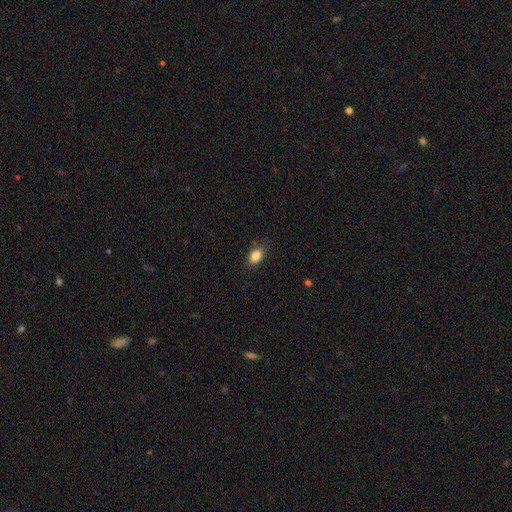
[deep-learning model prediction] Smooth or featured? Predicted: smooth (p=0.86). How rounded? Predicted: in between (p=0.85). Merging? Predicted: none (p=0.82).